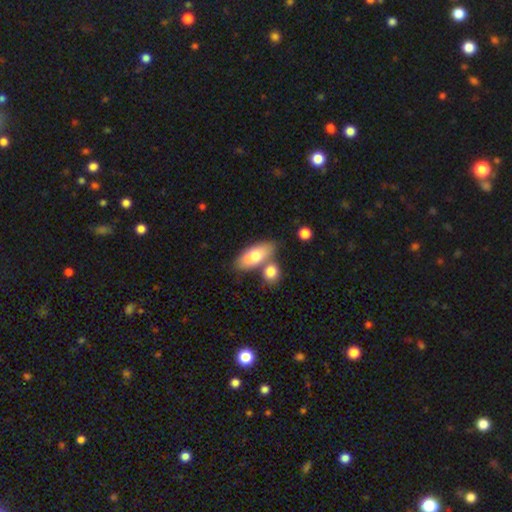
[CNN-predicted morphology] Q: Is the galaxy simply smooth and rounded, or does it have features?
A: smooth — 68%.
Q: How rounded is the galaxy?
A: in between — 79%.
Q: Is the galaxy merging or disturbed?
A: merger — 44%.